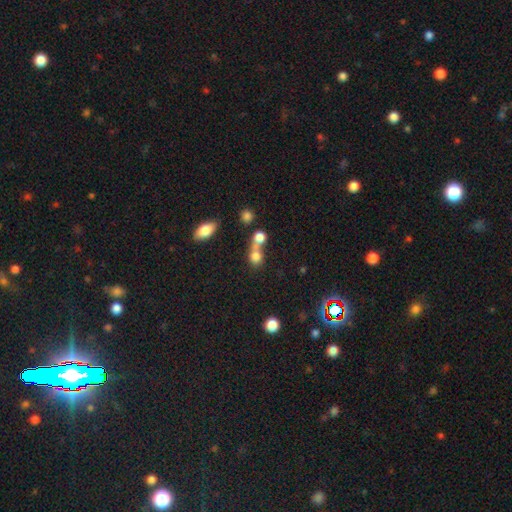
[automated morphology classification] smooth 76%, star or artifact 13%, featured or disk 11%. Down the decision tree: how rounded — round (69%); merging — merger (58%).